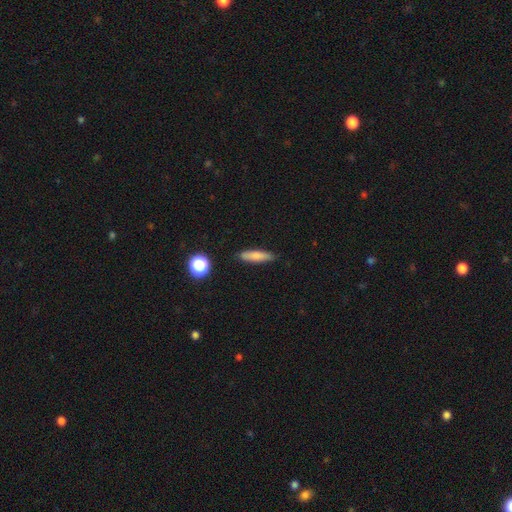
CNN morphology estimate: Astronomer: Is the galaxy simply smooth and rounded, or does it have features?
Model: smooth — 79%.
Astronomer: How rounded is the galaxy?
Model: cigar-shaped — 77%.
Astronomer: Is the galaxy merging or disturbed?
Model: none — 85%.